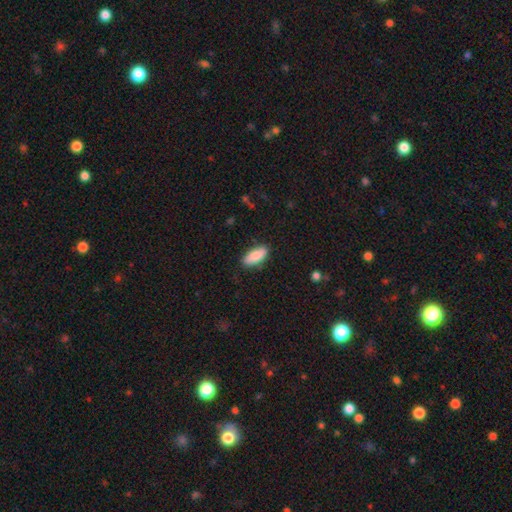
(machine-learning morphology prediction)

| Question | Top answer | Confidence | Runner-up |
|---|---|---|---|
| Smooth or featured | smooth | 87% | featured or disk (7%) |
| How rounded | in between | 83% | cigar-shaped (15%) |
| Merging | none | 86% | minor disturbance (11%) |